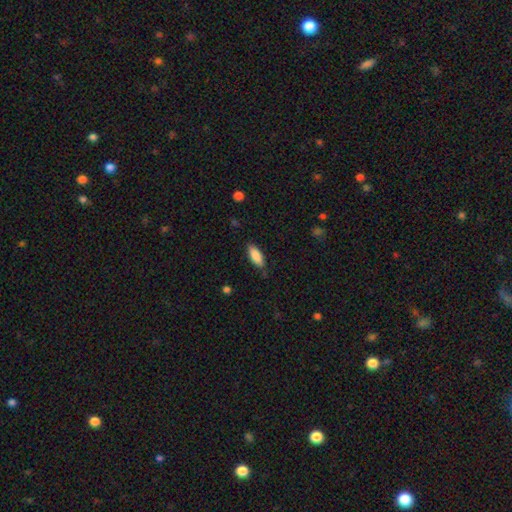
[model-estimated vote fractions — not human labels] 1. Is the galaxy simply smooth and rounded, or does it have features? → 87% smooth, 7% featured or disk, 6% star or artifact.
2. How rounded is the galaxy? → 80% in between, 18% cigar-shaped, 2% round.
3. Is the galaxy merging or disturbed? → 82% none, 14% minor disturbance, 3% major disturbance, 1% merger.